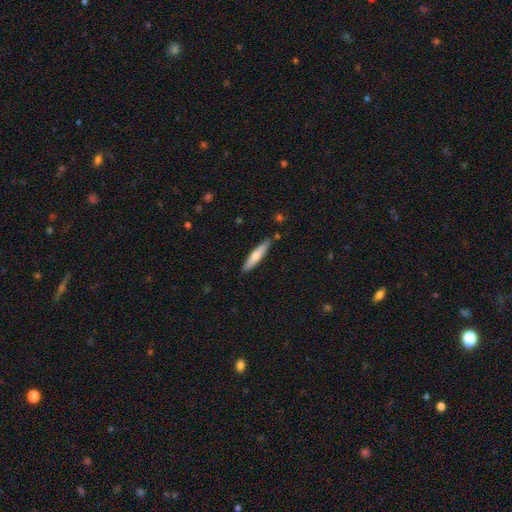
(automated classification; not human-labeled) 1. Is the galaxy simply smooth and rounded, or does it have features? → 64% smooth, 30% featured or disk, 5% star or artifact.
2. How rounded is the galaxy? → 86% cigar-shaped, 12% in between, 1% round.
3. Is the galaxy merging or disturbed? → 87% none, 9% minor disturbance, 2% merger, 2% major disturbance.